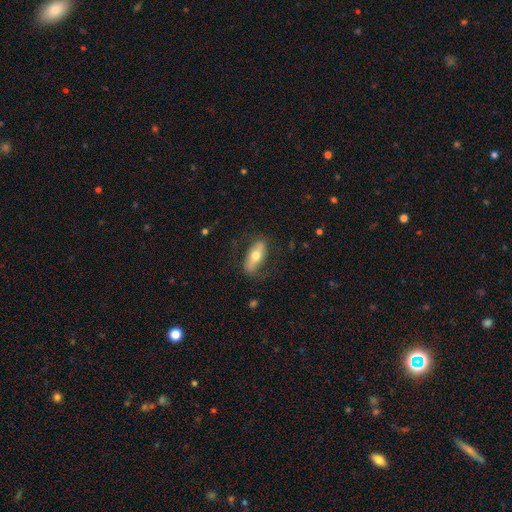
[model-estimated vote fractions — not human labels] This is possibly a smooth galaxy (52%). How rounded: likely in between (72%). Merging: likely none (77%).